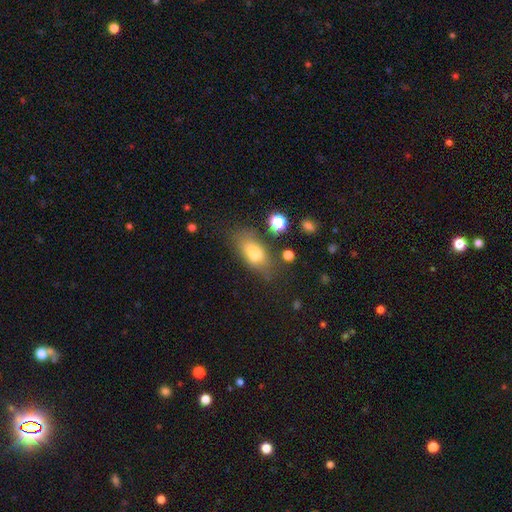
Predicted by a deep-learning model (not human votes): This appears to be a smooth galaxy with no disk features (72%) that is in between round and cigar-shaped (82%). Merging: none (65%).